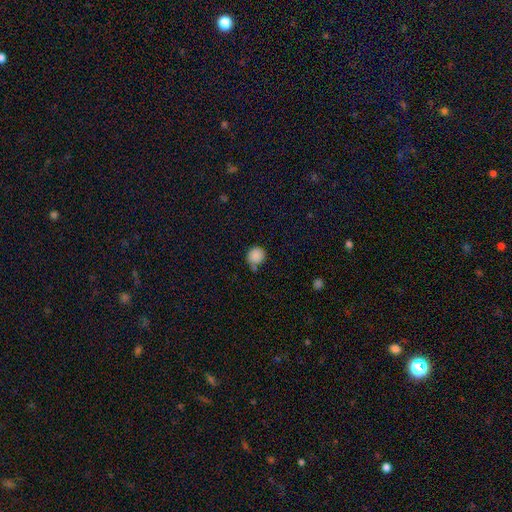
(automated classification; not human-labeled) Q: Smooth or featured?
A: smooth (87%); runner-up: star or artifact (9%)
Q: How rounded?
A: round (88%); runner-up: in between (11%)
Q: Merging?
A: none (62%); runner-up: minor disturbance (21%)